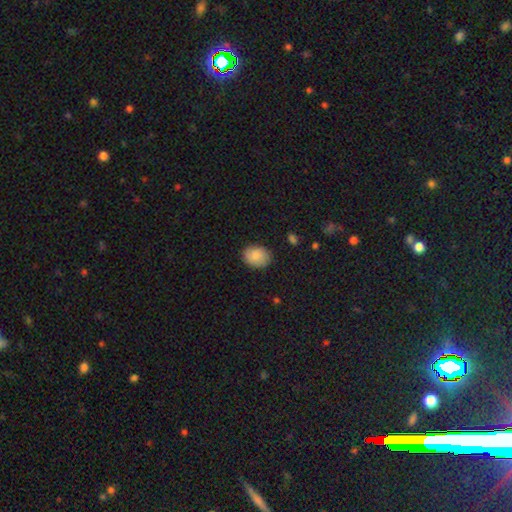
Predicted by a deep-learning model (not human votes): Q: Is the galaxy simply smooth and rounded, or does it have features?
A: smooth — 88%.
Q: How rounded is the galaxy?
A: in between — 63%.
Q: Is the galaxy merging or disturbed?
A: none — 84%.